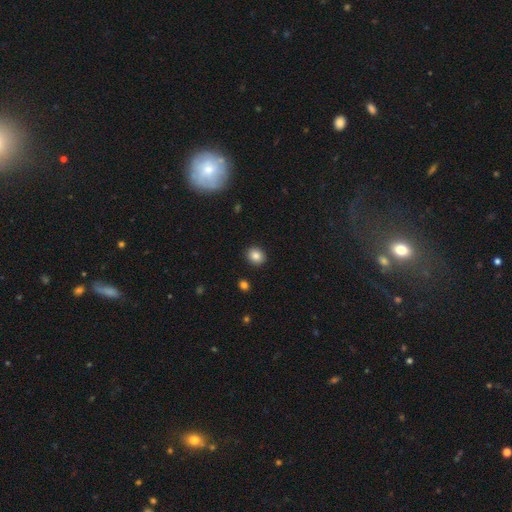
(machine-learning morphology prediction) Q: Smooth or featured?
A: smooth (85%); runner-up: star or artifact (10%)
Q: How rounded?
A: round (72%); runner-up: in between (28%)
Q: Merging?
A: none (91%); runner-up: minor disturbance (6%)